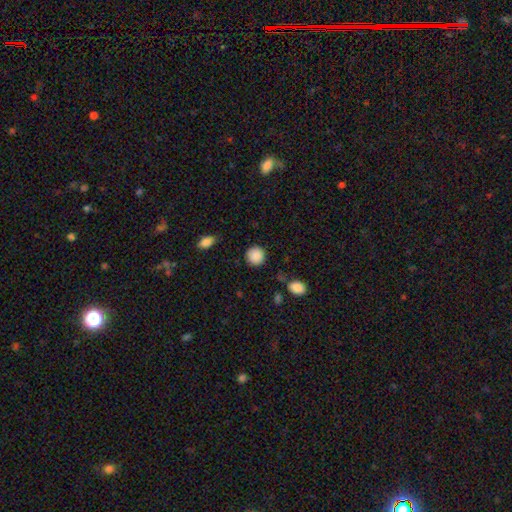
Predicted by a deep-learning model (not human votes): This appears to be a smooth galaxy with no disk features (89%) that is round (92%). Merging: none (87%).